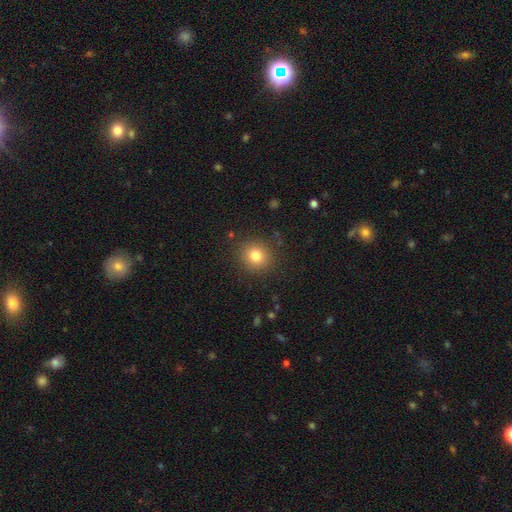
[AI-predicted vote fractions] Smooth or featured? Predicted: smooth (p=0.80). How rounded? Predicted: round (p=0.87). Merging? Predicted: none (p=0.88).